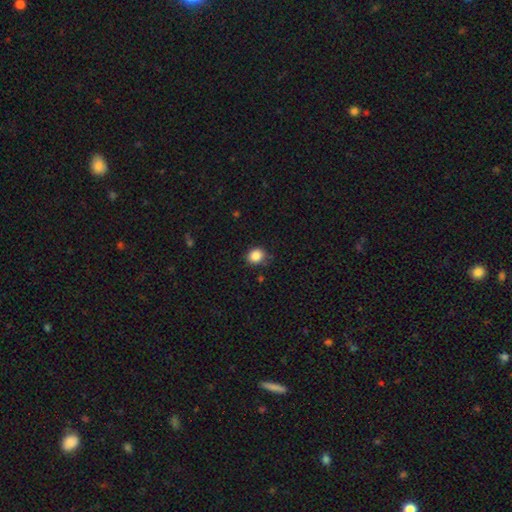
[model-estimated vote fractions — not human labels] Smooth or featured?
  - smooth: 86% *
  - star or artifact: 10%
  - featured or disk: 4%
How rounded?
  - round: 73% *
  - in between: 26%
  - cigar-shaped: 1%
Merging?
  - none: 79% *
  - minor disturbance: 16%
  - major disturbance: 3%
  - merger: 2%